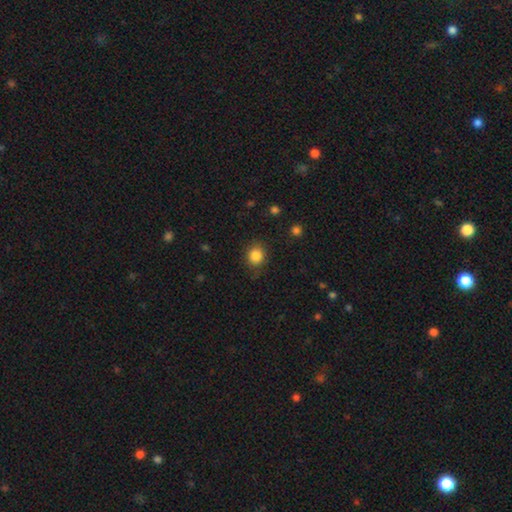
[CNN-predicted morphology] The model was most divided on "how rounded": round: 77%, in between: 22%, cigar-shaped: 1%. More confident: smooth or featured — smooth (85%); merging — none (82%).